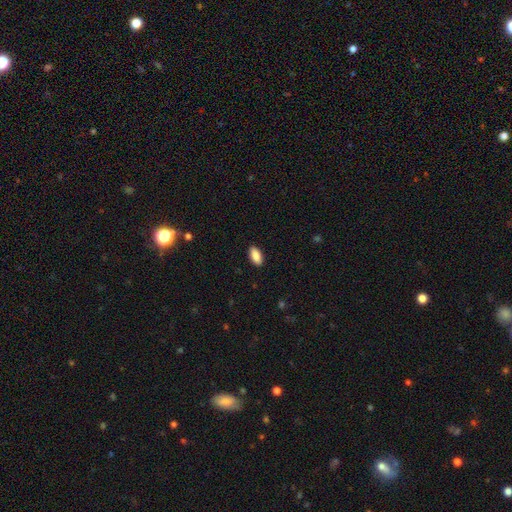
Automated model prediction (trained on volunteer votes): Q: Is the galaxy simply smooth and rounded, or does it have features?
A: smooth — 89%.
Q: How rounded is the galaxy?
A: in between — 92%.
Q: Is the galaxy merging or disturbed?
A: none — 90%.